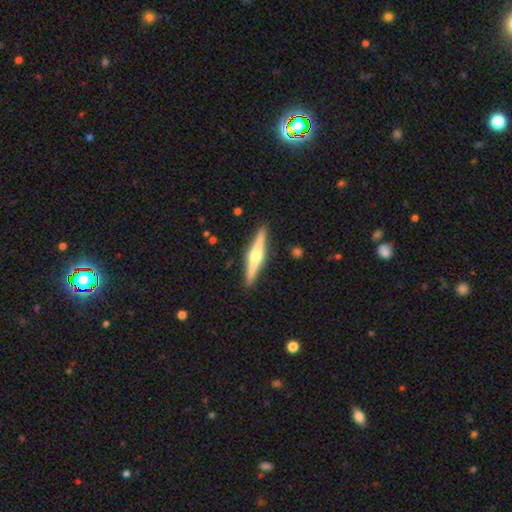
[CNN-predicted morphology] smooth-or-featured: featured or disk: 72% | smooth: 23% | star or artifact: 5%
  disk-edge-on: yes: 98% | no: 2%
    edge-on-bulge: rounded: 91% | boxy: 5% | none: 4%
  merging: none: 91% | minor disturbance: 6% | major disturbance: 1% | merger: 1%